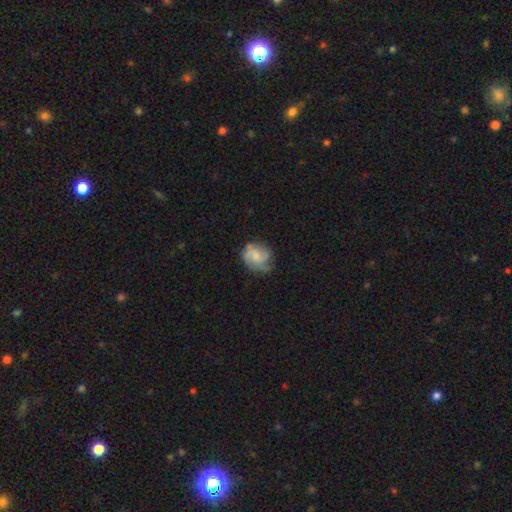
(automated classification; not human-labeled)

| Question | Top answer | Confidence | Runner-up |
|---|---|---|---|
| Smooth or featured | featured or disk | 58% | smooth (35%) |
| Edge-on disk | no | 98% | yes (2%) |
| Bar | no | 63% | weak (33%) |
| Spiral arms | yes | 87% | no (13%) |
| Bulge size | small | 40% | moderate (32%) |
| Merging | none | 63% | minor disturbance (25%) |